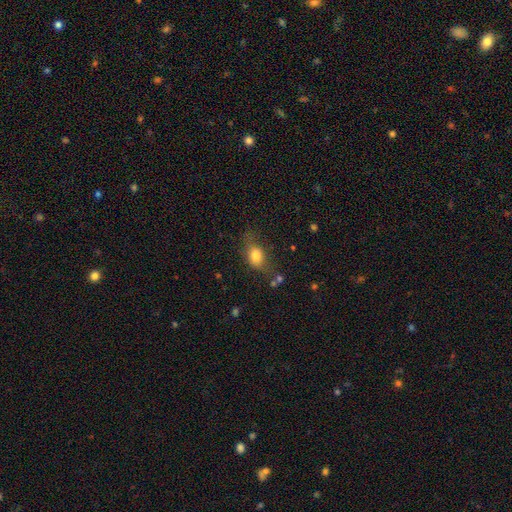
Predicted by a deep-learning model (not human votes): The model was most divided on "merging": none: 56%, minor disturbance: 26%, major disturbance: 14%, merger: 4%. More confident: smooth or featured — smooth (78%); how rounded — in between (74%).